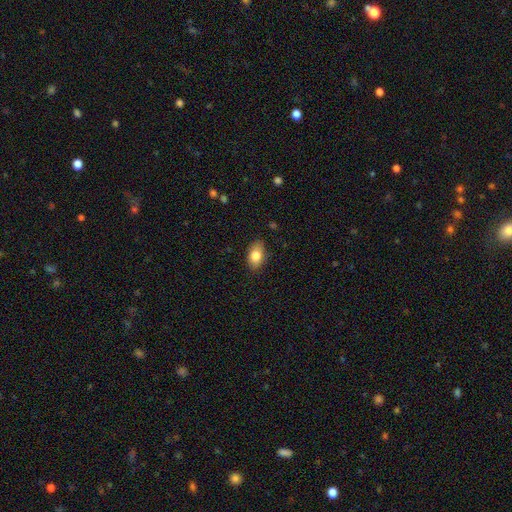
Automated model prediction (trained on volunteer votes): This appears to be a smooth galaxy with no disk features (81%) that is in between round and cigar-shaped (88%). Merging: none (82%).